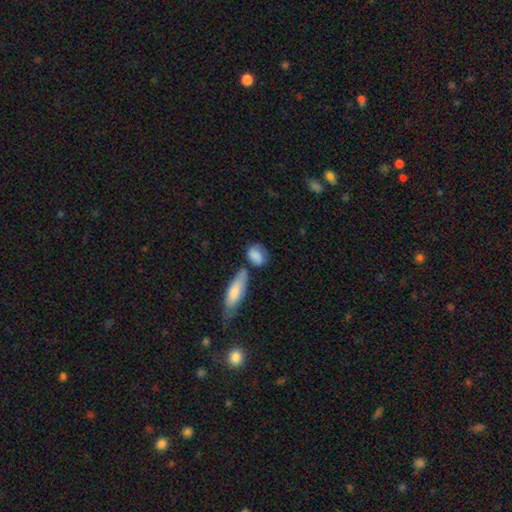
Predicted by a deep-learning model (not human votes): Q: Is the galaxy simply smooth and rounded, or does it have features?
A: smooth — 79%.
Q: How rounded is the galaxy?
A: in between — 66%.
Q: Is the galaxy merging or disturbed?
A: none — 50%.